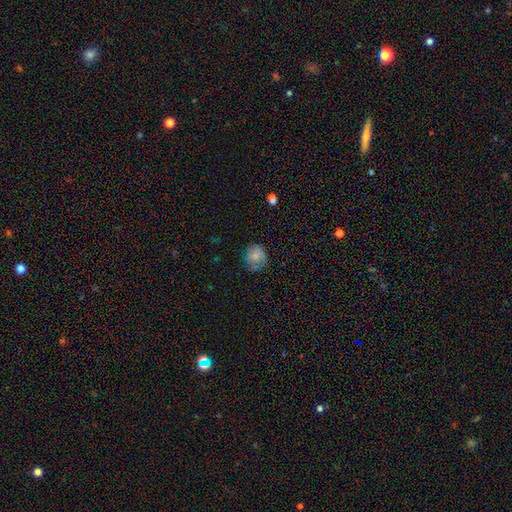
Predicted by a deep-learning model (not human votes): Overall: smooth (70%). How rounded: round (80%). Merging: none (71%).